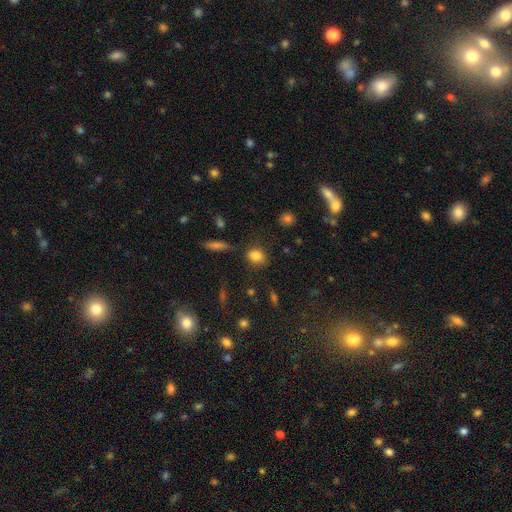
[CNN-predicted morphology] Overall: smooth (82%). How rounded: round (51%; in between 47%). Merging: none (77%).